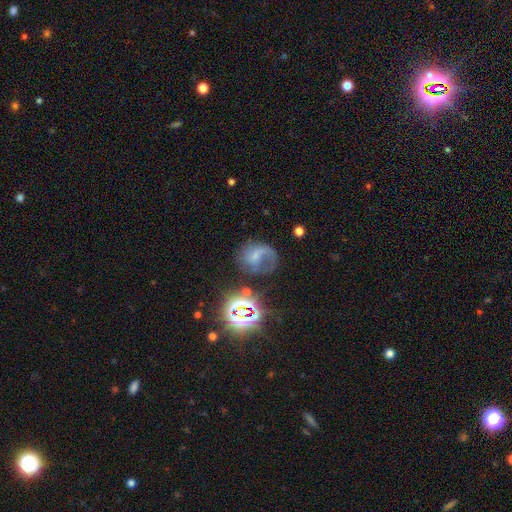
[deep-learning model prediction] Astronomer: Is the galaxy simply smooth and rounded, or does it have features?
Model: featured or disk — 48% (runner-up: smooth, 31%).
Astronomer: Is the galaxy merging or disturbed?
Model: none — 37% (runner-up: major disturbance, 36%).